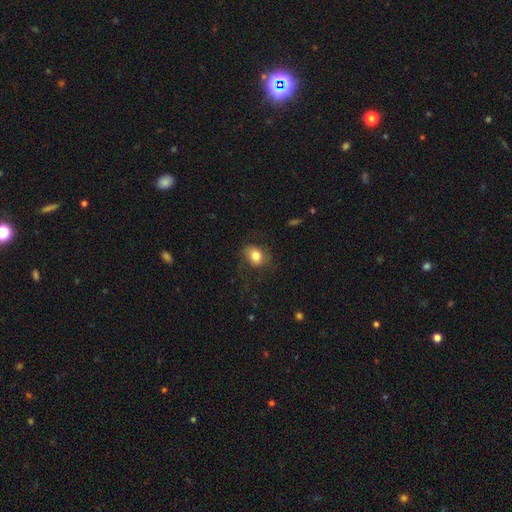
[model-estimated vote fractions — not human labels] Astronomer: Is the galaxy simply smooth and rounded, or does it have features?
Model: smooth — 77%.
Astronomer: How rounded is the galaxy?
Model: in between — 53% (runner-up: round, 46%).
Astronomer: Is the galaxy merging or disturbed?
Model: none — 66%.